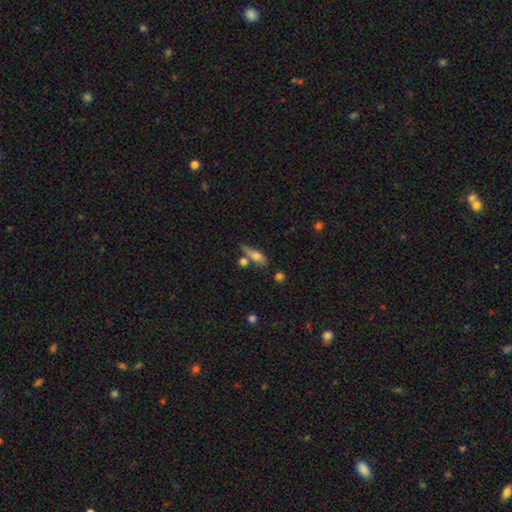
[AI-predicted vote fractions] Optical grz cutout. It shows a smooth galaxy with no disk features (56%) that is cigar-shaped (54%). Merging: none (46%).